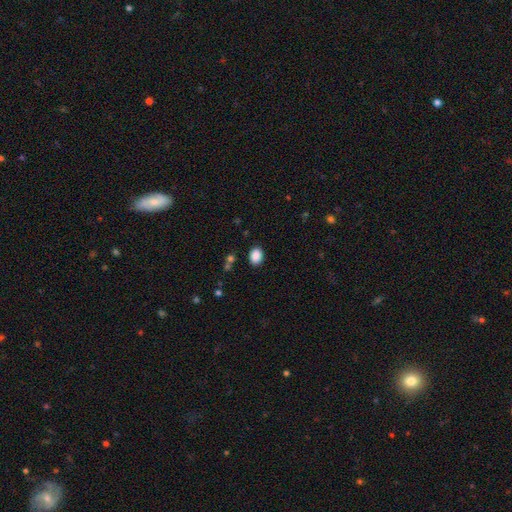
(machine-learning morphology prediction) type=smooth (88%); roundness=in between (71%); merging=none (86%).